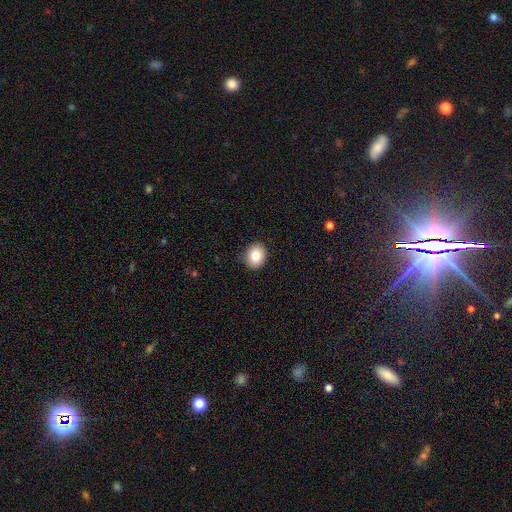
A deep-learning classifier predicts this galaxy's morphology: This appears to be a smooth galaxy with no disk features (83%) that is round (57%). Merging: none (85%).